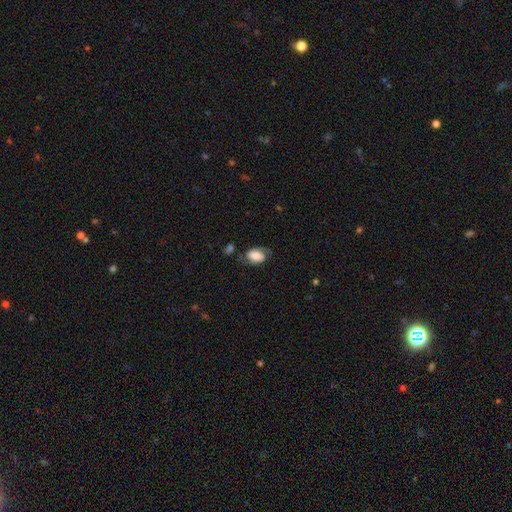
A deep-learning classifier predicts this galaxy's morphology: A featured or disk galaxy (47%).

Vote fractions:
- Smooth or featured? featured or disk: 47% / smooth: 45% / star or artifact: 8%
- Merging? none: 61% / minor disturbance: 22% / major disturbance: 13% / merger: 4%